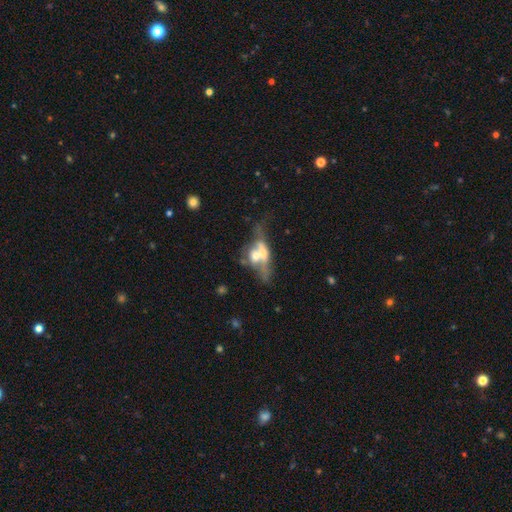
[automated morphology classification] type=featured or disk (55%); edge-on=no (60%); merging=merger (64%).